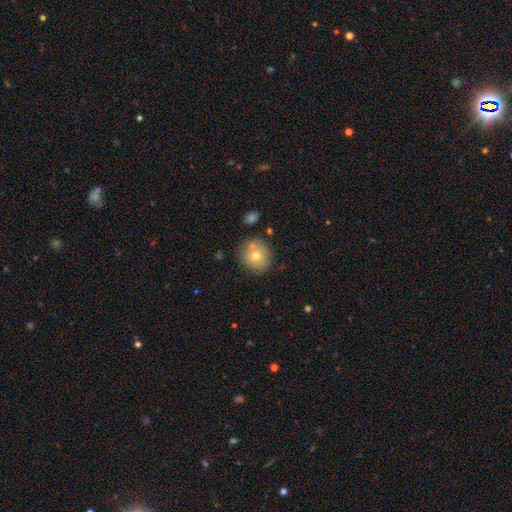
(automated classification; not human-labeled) A smooth galaxy with no disk features (68%) that is round (89%).

Vote fractions:
- Smooth or featured? smooth: 68% / featured or disk: 21% / star or artifact: 11%
- How rounded? round: 89% / in between: 10% / cigar-shaped: 1%
- Merging? none: 77% / minor disturbance: 12% / merger: 8% / major disturbance: 3%